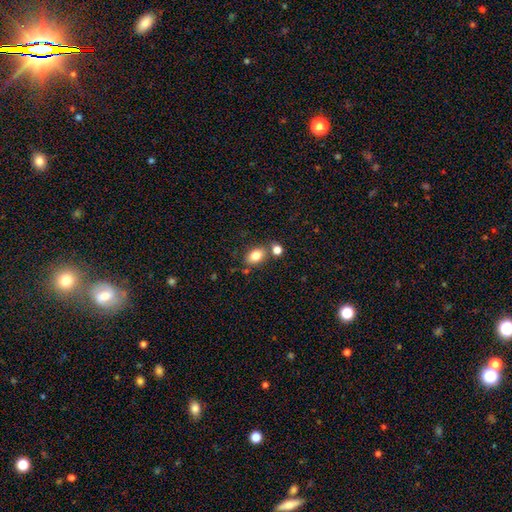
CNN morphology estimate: Smooth or featured? smooth (82%)
How rounded? in between (82%)
Merging? none (67%)